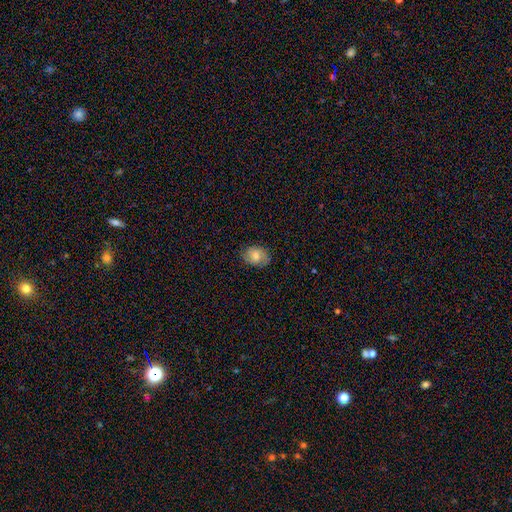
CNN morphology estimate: smooth 73%, featured or disk 19%, star or artifact 8%. Down the decision tree: how rounded — in between (67%); merging — none (80%).